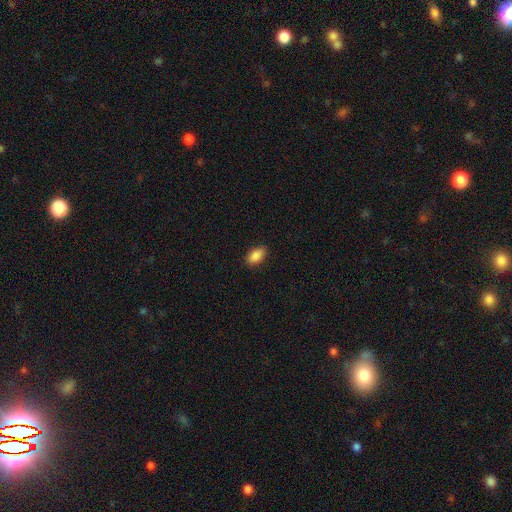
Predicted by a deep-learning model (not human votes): smooth 88%, star or artifact 7%, featured or disk 4%. Down the decision tree: how rounded — in between (91%); merging — none (88%).